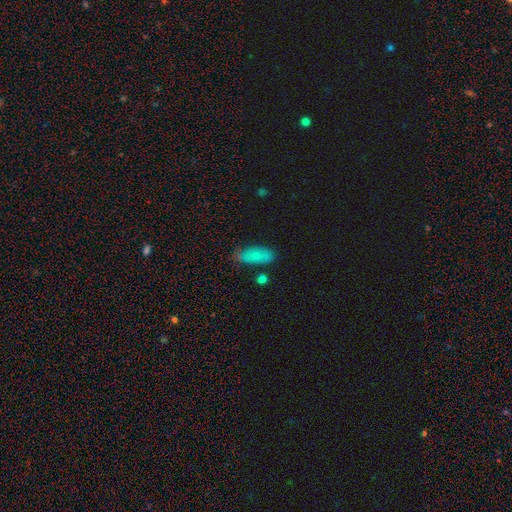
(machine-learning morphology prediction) The model was most divided on "how rounded": in between: 71%, cigar-shaped: 26%, round: 3%. More confident: merging — none (69%); smooth or featured — smooth (68%).